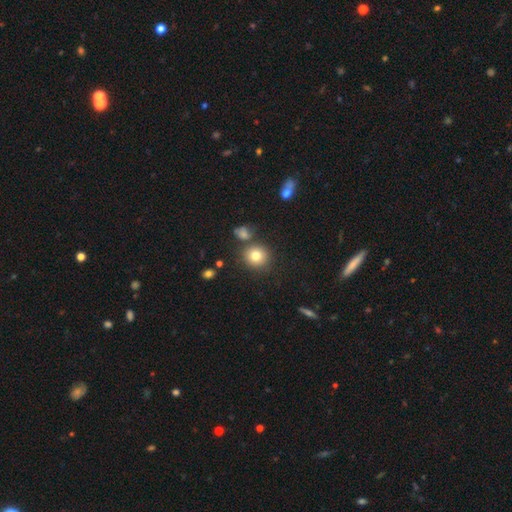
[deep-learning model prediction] Smooth or featured? smooth (80%)
How rounded? round (89%)
Merging? none (78%)